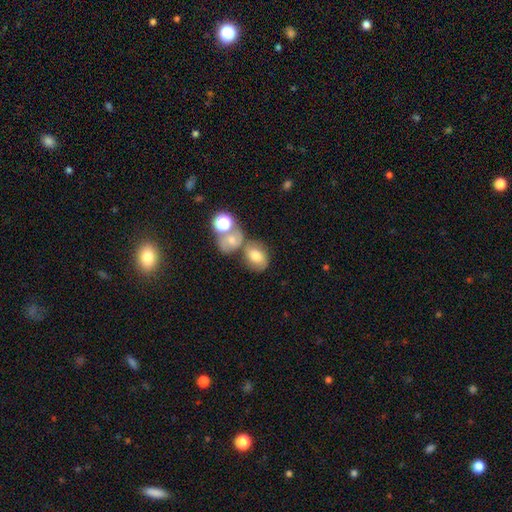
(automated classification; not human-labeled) smooth 65%, featured or disk 23%, star or artifact 12%. Down the decision tree: how rounded — in between (60%); merging — none (43%).